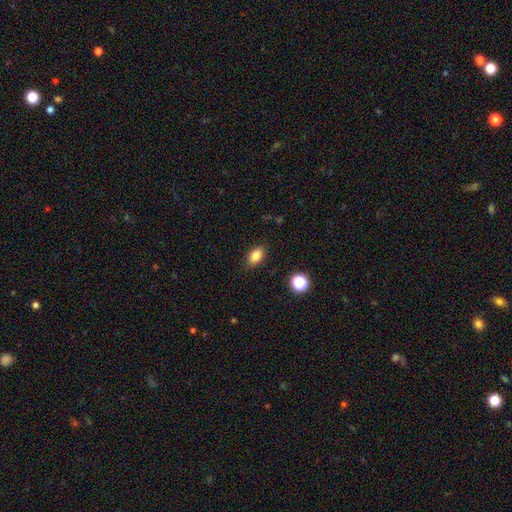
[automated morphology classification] Overall: smooth (84%). How rounded: in between (85%). Merging: none (86%).